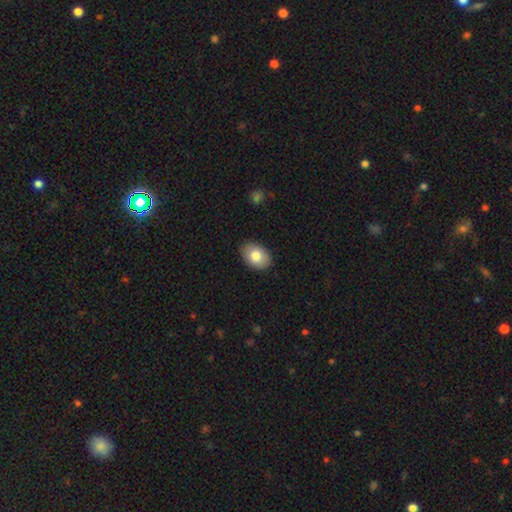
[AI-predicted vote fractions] A smooth galaxy with no disk features (79%) that is in between round and cigar-shaped (85%). Merging: none (88%).